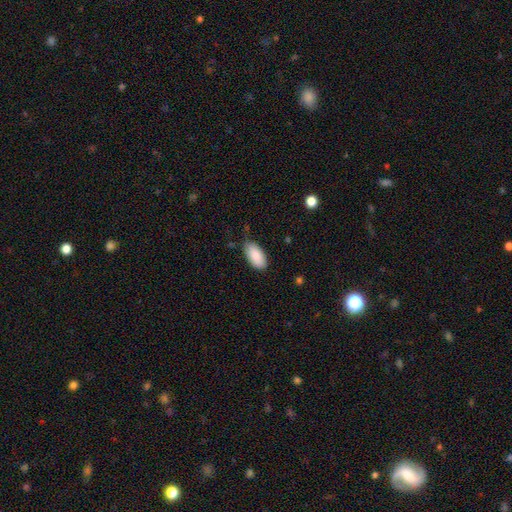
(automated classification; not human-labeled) This is clearly a smooth galaxy (88%). How rounded: clearly in between (94%). Merging: likely none (75%).